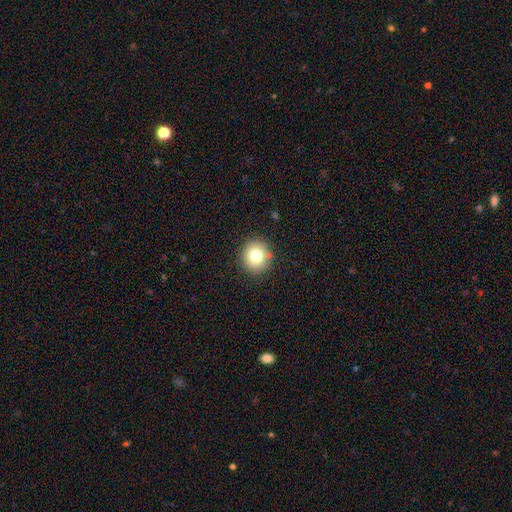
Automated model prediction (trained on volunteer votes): Morphology: type=smooth (78%); roundness=round (86%); merging=none (87%).